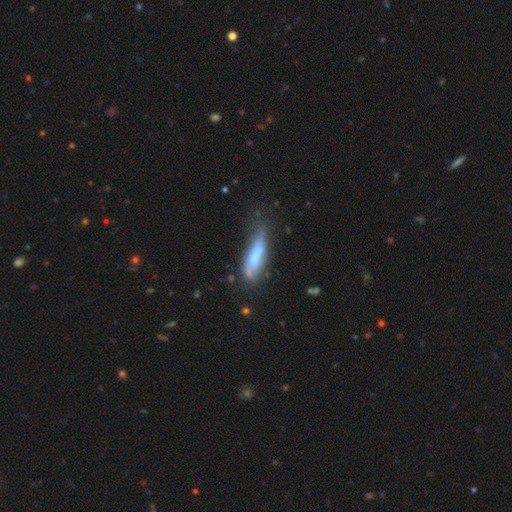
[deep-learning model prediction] Smooth or featured? smooth (50%)
Merging? none (45%)